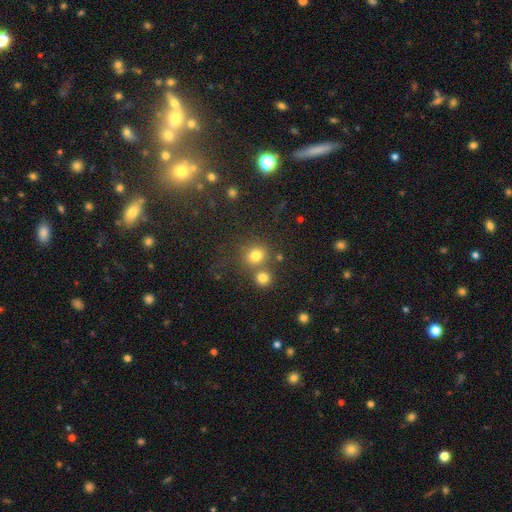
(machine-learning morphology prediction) Smooth or featured? smooth (76%)
How rounded? round (80%)
Merging? none (58%)